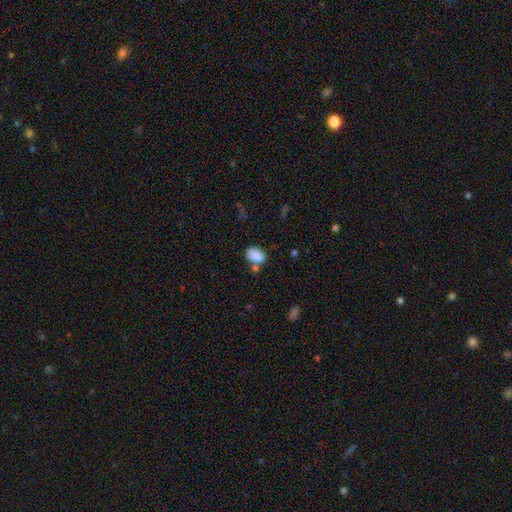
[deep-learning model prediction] Smooth or featured: smooth — 87% (star or artifact — 8%)
How rounded: in between — 86% (round — 13%)
Merging: none — 60% (merger — 20%)